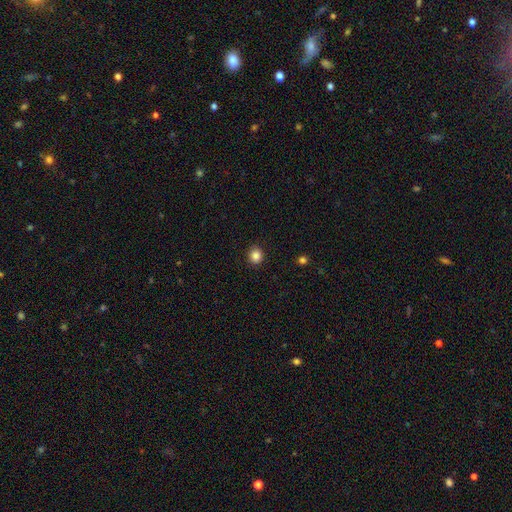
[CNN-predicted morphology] This appears to be a smooth galaxy with no disk features (86%) that is round (85%). Merging: none (90%).